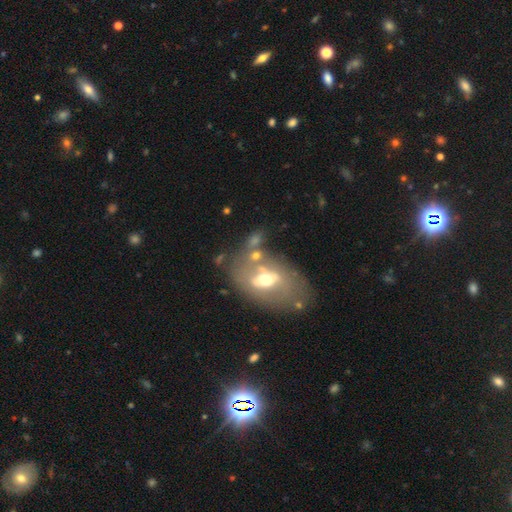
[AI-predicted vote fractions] Smooth or featured: featured or disk — 54% (smooth — 35%)
Edge-on disk: no — 86% (yes — 14%)
Merging: none — 44% (merger — 24%)